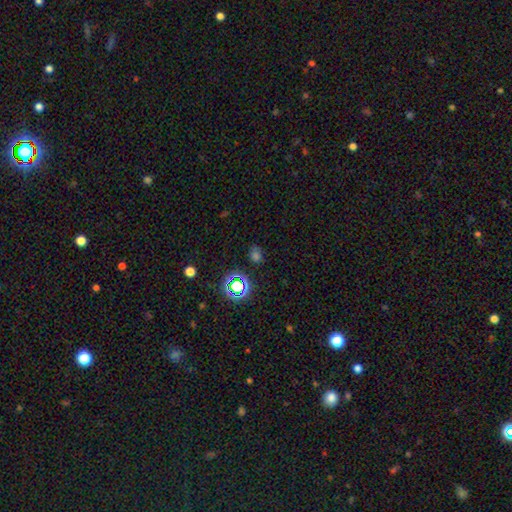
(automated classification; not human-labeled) A star or artifact, not a galaxy (47%).